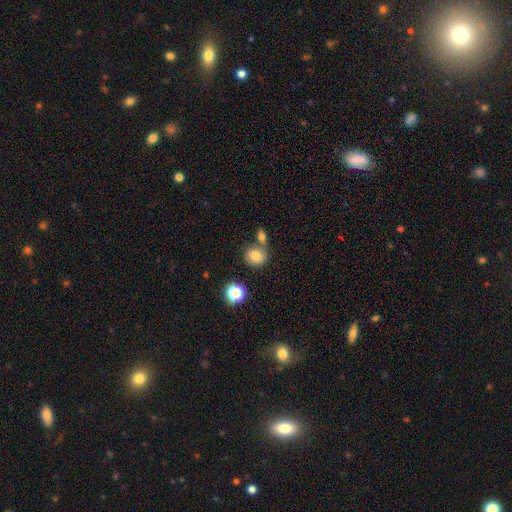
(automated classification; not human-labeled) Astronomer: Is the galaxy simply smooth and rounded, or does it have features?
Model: smooth — 79%.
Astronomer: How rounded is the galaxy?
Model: round — 72%.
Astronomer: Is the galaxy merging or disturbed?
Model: none — 53% (runner-up: merger, 30%).